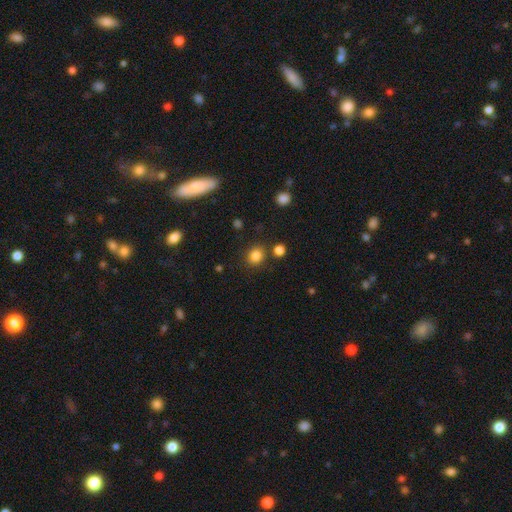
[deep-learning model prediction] The model was most divided on "how rounded": round: 77%, in between: 22%, cigar-shaped: 1%. More confident: smooth or featured — smooth (83%); merging — none (82%).